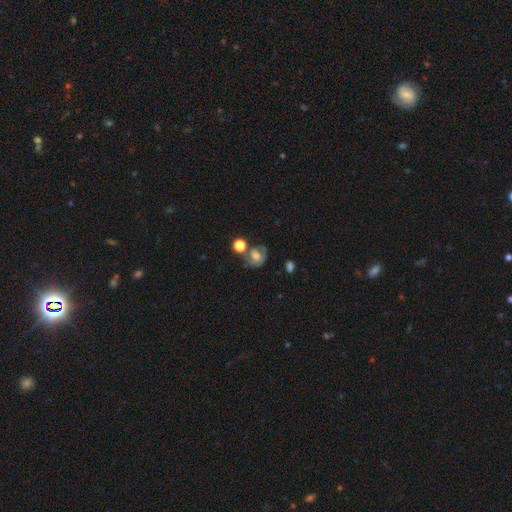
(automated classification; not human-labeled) smooth 50%, featured or disk 38%, star or artifact 12%. Down the decision tree: how rounded — round (68%); merging — none (45%).